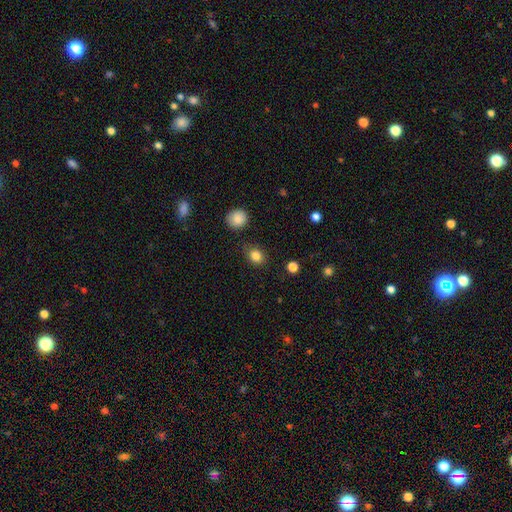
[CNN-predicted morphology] smooth_or_featured: smooth (p=0.84) [alt: star or artifact p=0.11]
how_rounded: round (p=0.60) [alt: in between p=0.39]
merging: none (p=0.83) [alt: minor disturbance p=0.12]